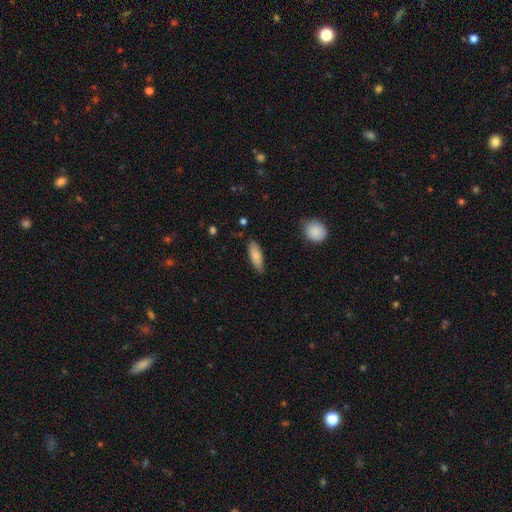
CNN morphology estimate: smooth 83%, featured or disk 11%, star or artifact 6%. Down the decision tree: how rounded — in between (62%); merging — none (83%).